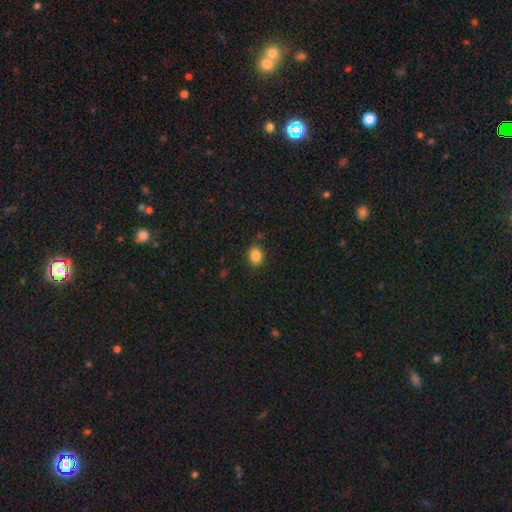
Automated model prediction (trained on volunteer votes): smooth_or_featured: smooth (p=0.86) [alt: star or artifact p=0.10]
how_rounded: in between (p=0.50) [alt: round p=0.49]
merging: none (p=0.87) [alt: minor disturbance p=0.09]